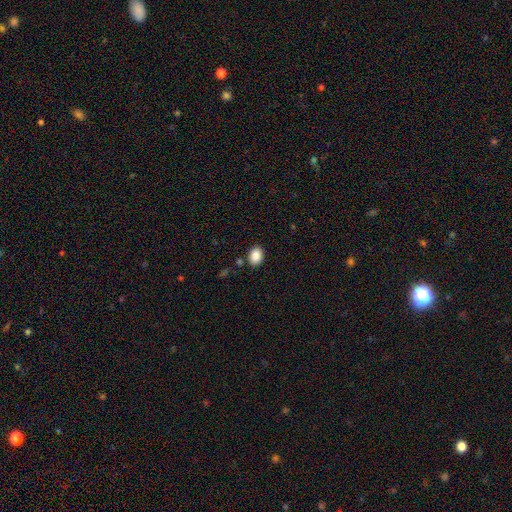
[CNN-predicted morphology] smooth-or-featured: smooth: 87% | star or artifact: 8% | featured or disk: 5%
  how-rounded: in between: 70% | round: 29% | cigar-shaped: 1%
  merging: none: 86% | minor disturbance: 9% | merger: 3% | major disturbance: 2%